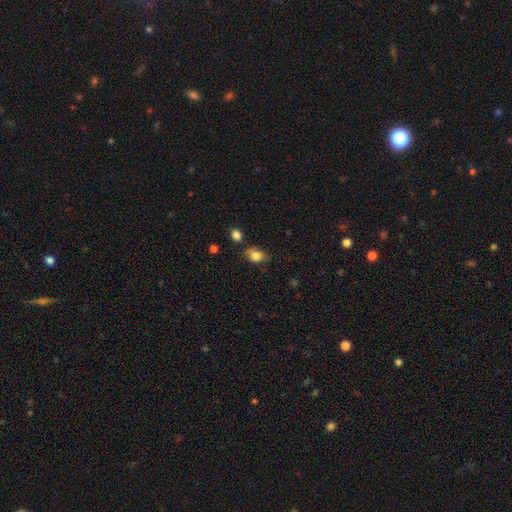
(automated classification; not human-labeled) This appears to be a smooth galaxy with no disk features (82%) that is in between round and cigar-shaped (73%). Merging: none (63%).